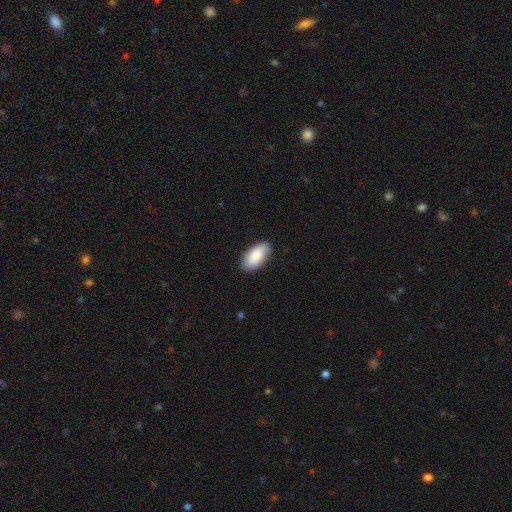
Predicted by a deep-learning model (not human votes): Morphology: type=smooth (85%); roundness=in between (94%); merging=none (86%).